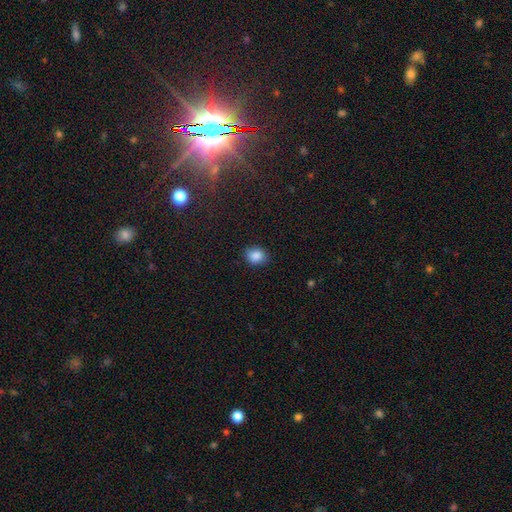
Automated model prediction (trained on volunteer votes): A smooth galaxy with no disk features (86%) that is round (53%). Merging: none (84%).